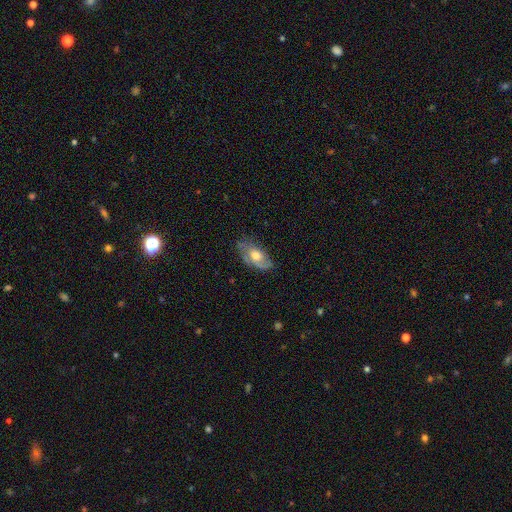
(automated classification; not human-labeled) Smooth or featured: featured or disk — 56% (smooth — 37%)
Edge-on disk: no — 90% (yes — 10%)
Bar: no — 79% (weak — 18%)
Spiral arms: yes — 73% (no — 27%)
Bulge size: moderate — 68% (large — 17%)
Merging: none — 59% (minor disturbance — 28%)